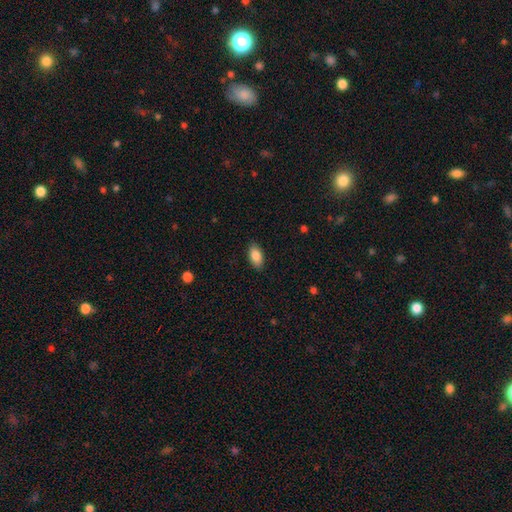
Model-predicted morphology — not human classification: type=smooth (85%); roundness=in between (92%); merging=none (88%).